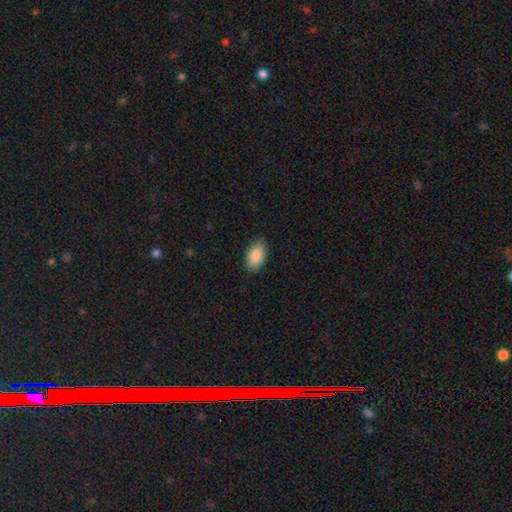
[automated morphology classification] This is clearly a smooth galaxy (89%). How rounded: clearly in between (94%). Merging: clearly none (87%).